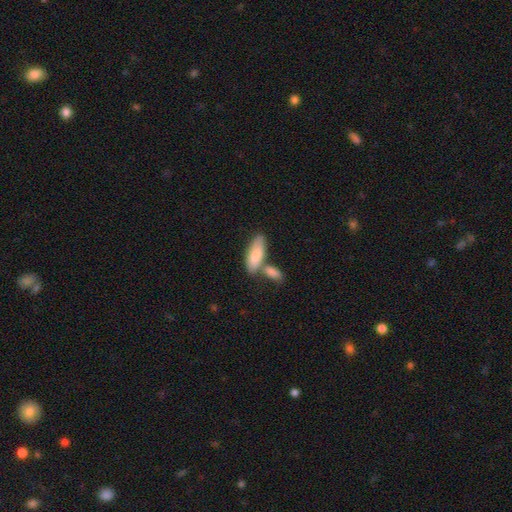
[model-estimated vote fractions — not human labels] Q: Smooth or featured?
A: smooth (81%); runner-up: featured or disk (14%)
Q: How rounded?
A: in between (72%); runner-up: cigar-shaped (26%)
Q: Merging?
A: none (47%); runner-up: merger (36%)